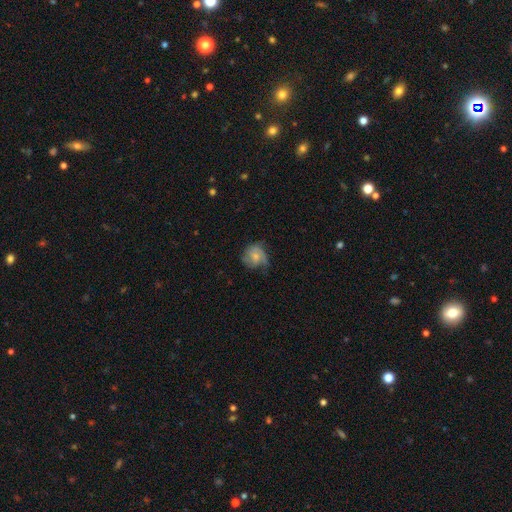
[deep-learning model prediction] This is possibly a featured or disk galaxy (50%). Merging: possibly none (51%).